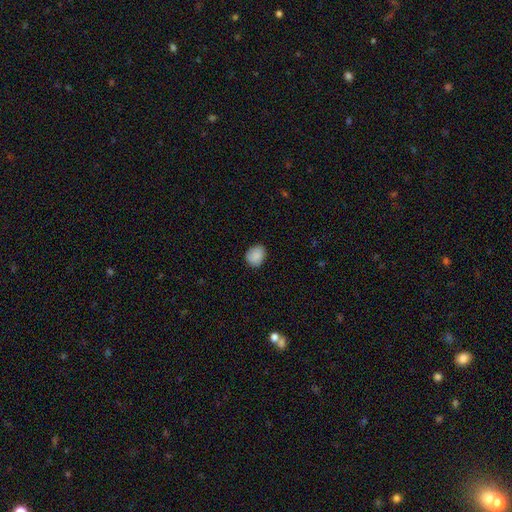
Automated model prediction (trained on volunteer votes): Smooth or featured?
  - smooth: 88% *
  - star or artifact: 7%
  - featured or disk: 4%
How rounded?
  - round: 62% *
  - in between: 38%
  - cigar-shaped: 1%
Merging?
  - none: 81% *
  - minor disturbance: 15%
  - major disturbance: 3%
  - merger: 1%